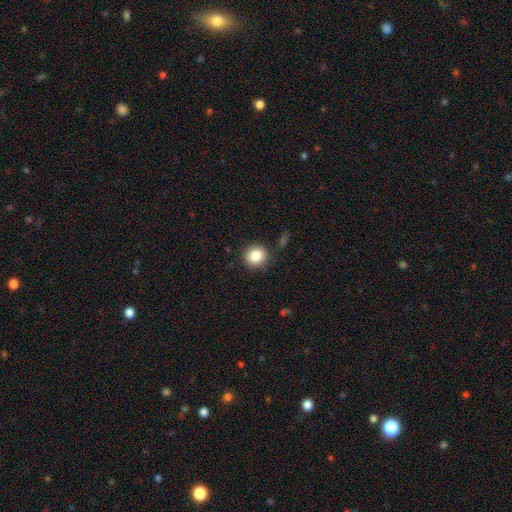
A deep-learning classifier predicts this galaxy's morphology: A smooth galaxy with no disk features (84%) that is round (90%).

Vote fractions:
- Smooth or featured? smooth: 84% / star or artifact: 10% / featured or disk: 6%
- How rounded? round: 90% / in between: 9% / cigar-shaped: 1%
- Merging? none: 87% / minor disturbance: 9% / major disturbance: 3% / merger: 2%